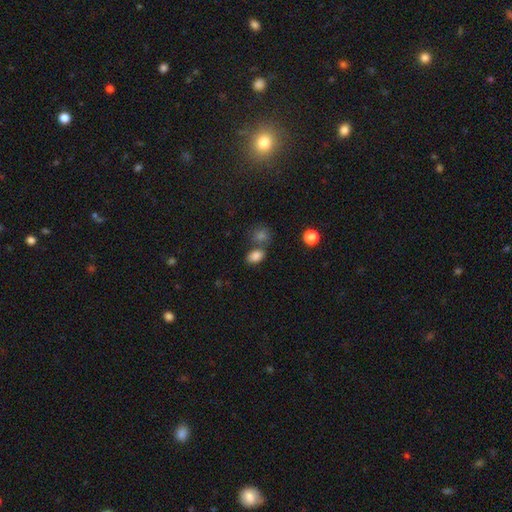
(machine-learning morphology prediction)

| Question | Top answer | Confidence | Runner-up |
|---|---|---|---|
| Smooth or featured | smooth | 83% | star or artifact (11%) |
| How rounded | in between | 81% | round (18%) |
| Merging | none | 58% | merger (26%) |